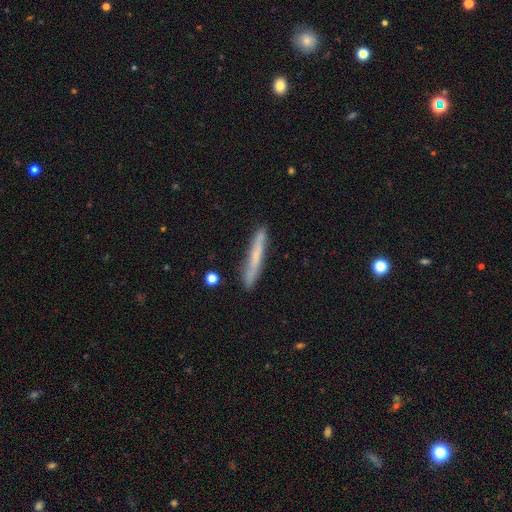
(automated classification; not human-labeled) Smooth or featured: smooth — 55% (featured or disk — 37%)
How rounded: cigar-shaped — 96% (in between — 3%)
Merging: none — 86% (minor disturbance — 10%)